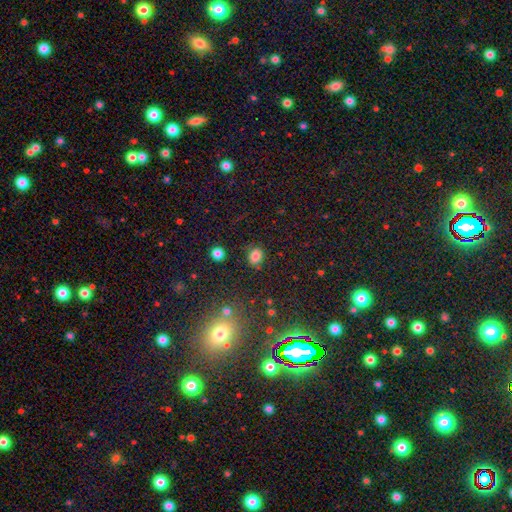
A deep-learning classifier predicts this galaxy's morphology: Smooth or featured?
  - smooth: 81% *
  - star or artifact: 13%
  - featured or disk: 6%
How rounded?
  - round: 52% *
  - in between: 47%
  - cigar-shaped: 1%
Merging?
  - none: 79% *
  - minor disturbance: 14%
  - major disturbance: 4%
  - merger: 3%